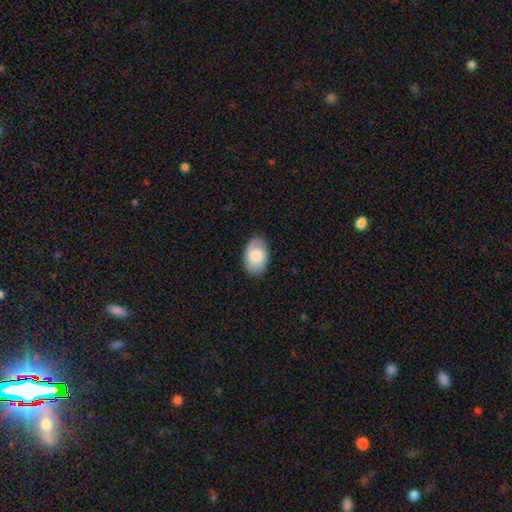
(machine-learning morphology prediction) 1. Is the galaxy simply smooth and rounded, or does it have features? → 70% smooth, 24% featured or disk, 7% star or artifact.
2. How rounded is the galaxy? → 88% in between, 11% round, 1% cigar-shaped.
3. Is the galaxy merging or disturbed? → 82% none, 13% minor disturbance, 3% major disturbance, 1% merger.